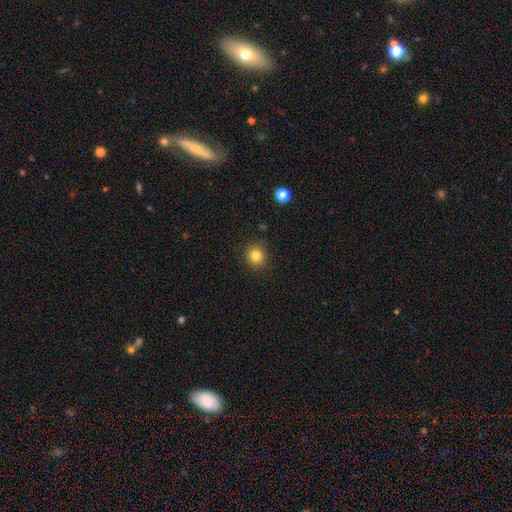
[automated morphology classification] A smooth galaxy with no disk features (82%) that is round (89%). Merging: none (89%).